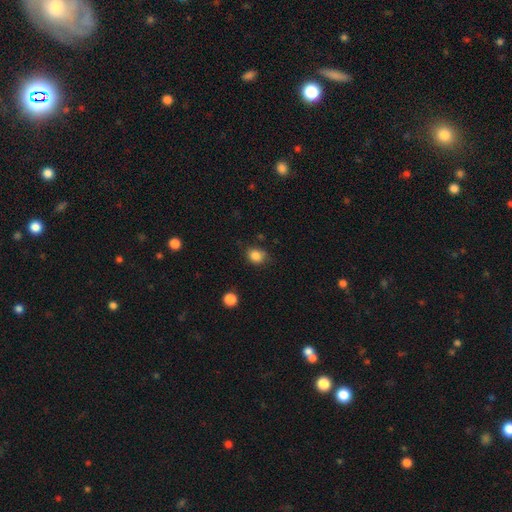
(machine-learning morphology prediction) Q: Smooth or featured?
A: smooth (85%); runner-up: star or artifact (11%)
Q: How rounded?
A: round (60%); runner-up: in between (39%)
Q: Merging?
A: none (73%); runner-up: minor disturbance (21%)